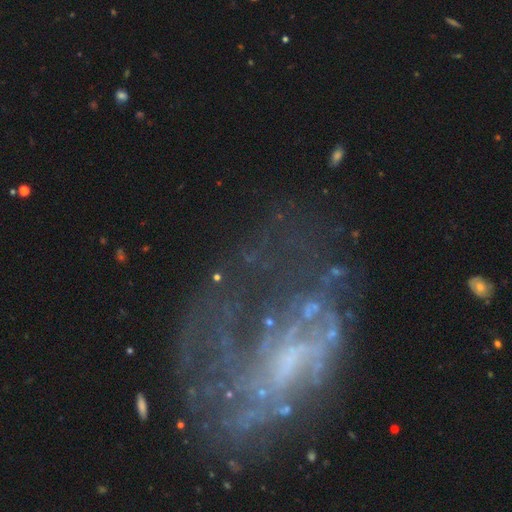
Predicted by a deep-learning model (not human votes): Q: Smooth or featured?
A: featured or disk (70%); runner-up: star or artifact (16%)
Q: Edge-on disk?
A: no (96%); runner-up: yes (4%)
Q: Bar?
A: no (59%); runner-up: weak (32%)
Q: Spiral arms?
A: no (50%); tied with: yes (50%)
Q: Bulge size?
A: none (45%); runner-up: small (31%)
Q: Merging?
A: major disturbance (42%); runner-up: none (36%)